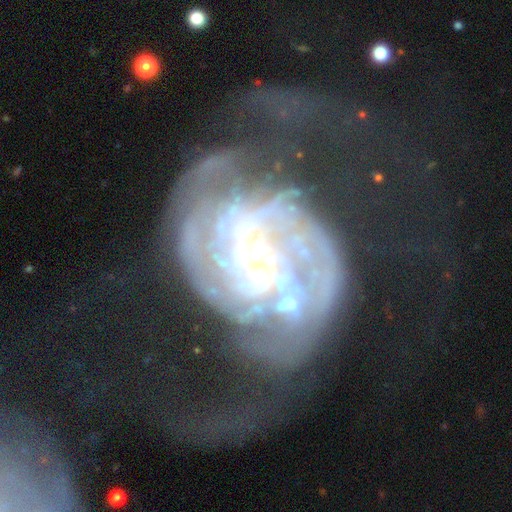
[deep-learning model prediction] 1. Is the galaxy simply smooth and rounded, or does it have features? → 88% featured or disk, 6% star or artifact, 6% smooth.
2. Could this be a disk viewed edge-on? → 98% no, 2% yes.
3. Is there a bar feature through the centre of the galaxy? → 62% no, 27% weak, 11% strong.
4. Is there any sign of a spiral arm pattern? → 93% yes, 7% no.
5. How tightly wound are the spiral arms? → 41% tight, 36% medium, 23% loose.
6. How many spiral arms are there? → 49% 2, 22% can't tell, 10% 3, 7% 4, 6% 1, 6% more than 4.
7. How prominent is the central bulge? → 73% small, 19% moderate, 4% none, 3% large, 2% dominant.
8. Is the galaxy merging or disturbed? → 46% major disturbance, 30% none, 13% minor disturbance, 11% merger.